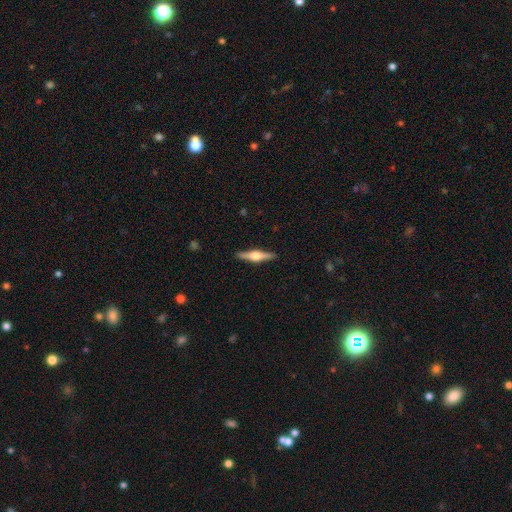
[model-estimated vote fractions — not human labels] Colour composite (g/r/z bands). It shows a featured or disk galaxy (71%) viewed edge-on (98%) with a rounded central bulge (90%). Merging: none (91%).